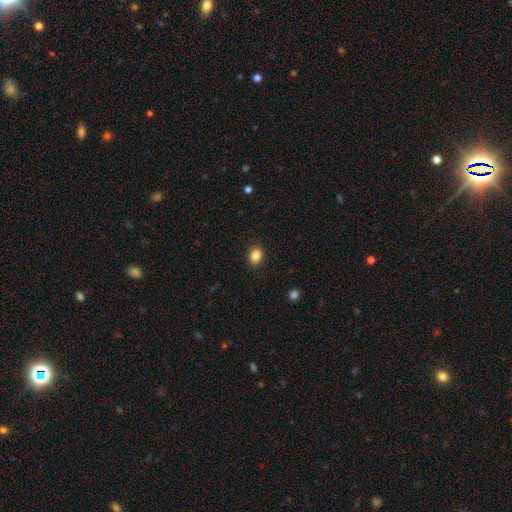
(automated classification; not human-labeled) Smooth or featured?
  - smooth: 85% *
  - star or artifact: 10%
  - featured or disk: 5%
How rounded?
  - in between: 51% *
  - round: 48%
  - cigar-shaped: 1%
Merging?
  - none: 90% *
  - minor disturbance: 7%
  - major disturbance: 2%
  - merger: 1%